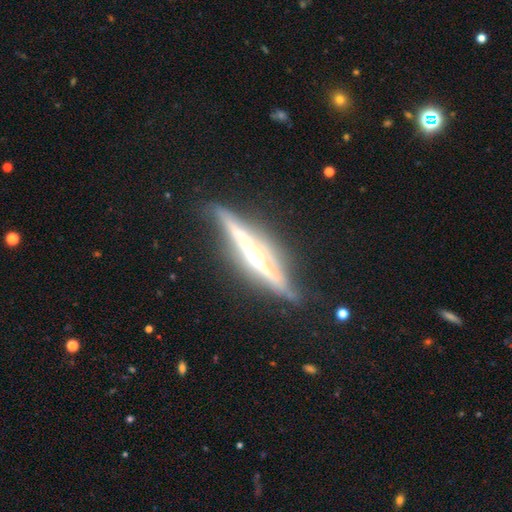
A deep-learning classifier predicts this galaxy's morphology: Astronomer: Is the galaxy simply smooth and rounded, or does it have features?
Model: featured or disk — 84%.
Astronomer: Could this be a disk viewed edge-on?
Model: yes — 94%.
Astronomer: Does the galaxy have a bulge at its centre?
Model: rounded — 71%.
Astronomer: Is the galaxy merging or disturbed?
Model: none — 75%.